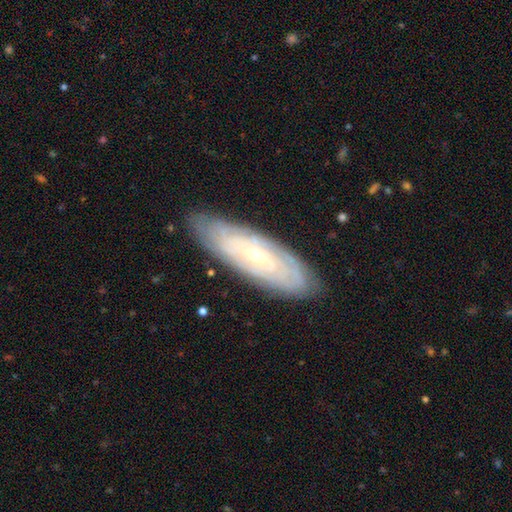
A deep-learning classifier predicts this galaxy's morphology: smooth_or_featured: featured or disk (p=0.76) [alt: smooth p=0.17]
disk_edge_on: no (p=0.82) [alt: yes p=0.18]
bar: no (p=0.68) [alt: weak p=0.25]
has_spiral_arms: yes (p=0.88) [alt: no p=0.12]
spiral_winding: tight (p=0.81) [alt: medium p=0.15]
spiral_arm_count: can't tell (p=0.63) [alt: 2 p=0.11]
bulge_size: small (p=0.75) [alt: moderate p=0.22]
merging: none (p=0.83) [alt: minor disturbance p=0.13]